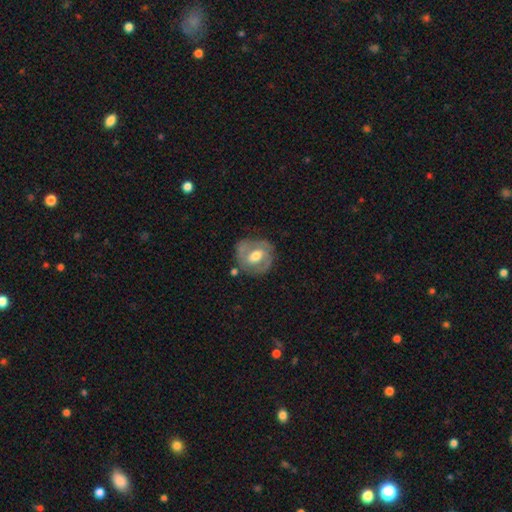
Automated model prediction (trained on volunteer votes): This appears to be a featured or disk galaxy (66%) with a weak bar (45%), spiral arms (68%) and a moderate central bulge (71%). Merging: none (70%).